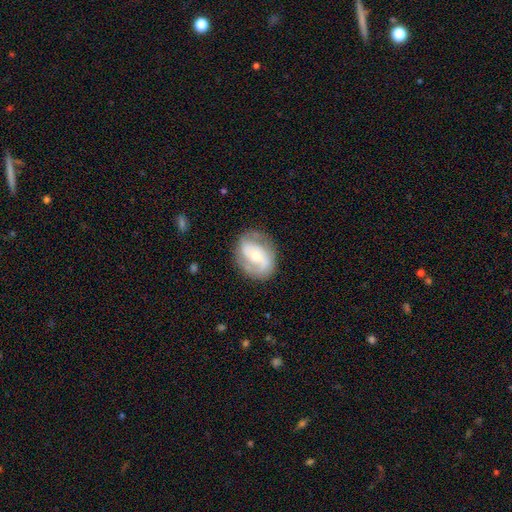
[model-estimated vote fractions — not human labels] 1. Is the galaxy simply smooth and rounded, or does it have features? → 76% featured or disk, 19% smooth, 6% star or artifact.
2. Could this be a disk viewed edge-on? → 97% no, 3% yes.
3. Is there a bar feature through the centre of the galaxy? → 43% no, 36% weak, 20% strong.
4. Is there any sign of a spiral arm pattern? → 86% yes, 14% no.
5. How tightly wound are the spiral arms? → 44% medium, 34% tight, 22% loose.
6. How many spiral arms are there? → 80% 2, 11% can't tell, 4% 1, 3% 3, 1% 4, 1% more than 4.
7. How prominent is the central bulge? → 48% moderate, 45% small, 4% large, 1% none, 1% dominant.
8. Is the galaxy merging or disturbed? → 77% none, 15% minor disturbance, 7% major disturbance, 1% merger.